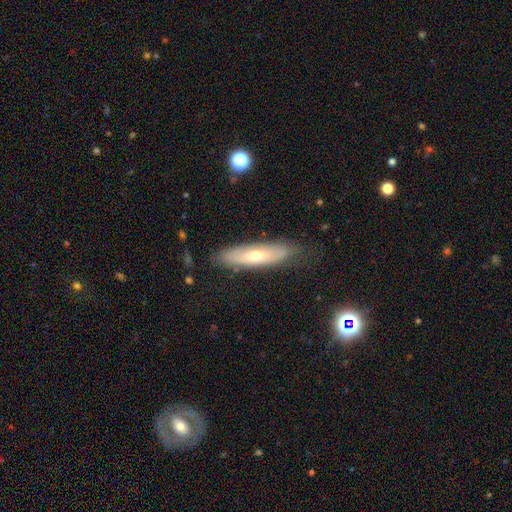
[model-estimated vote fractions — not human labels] smooth-or-featured: smooth: 48% | featured or disk: 44% | star or artifact: 7%
  merging: none: 77% | minor disturbance: 17% | major disturbance: 4% | merger: 2%